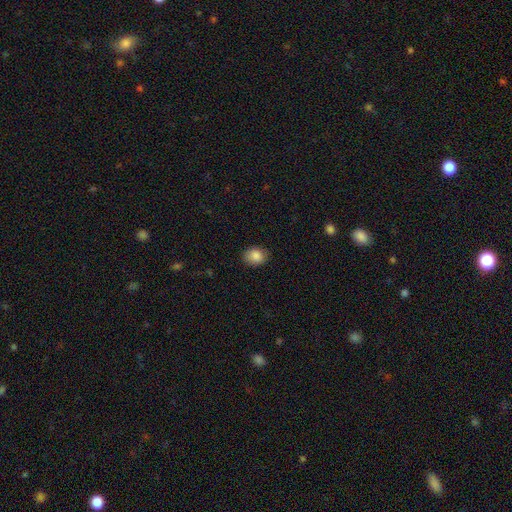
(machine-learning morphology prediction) This appears to be a smooth galaxy with no disk features (86%) that is in between round and cigar-shaped (55%). Merging: none (86%).